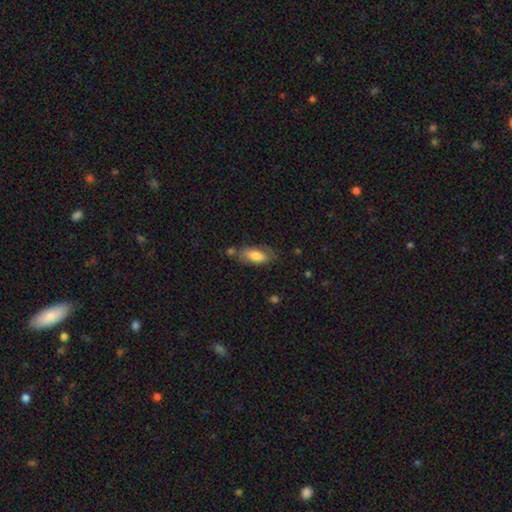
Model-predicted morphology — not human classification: A smooth galaxy with no disk features (74%) that is in between round and cigar-shaped (84%).

Vote fractions:
- Smooth or featured? smooth: 74% / featured or disk: 19% / star or artifact: 7%
- How rounded? in between: 84% / cigar-shaped: 14% / round: 3%
- Merging? none: 63% / minor disturbance: 22% / merger: 8% / major disturbance: 7%